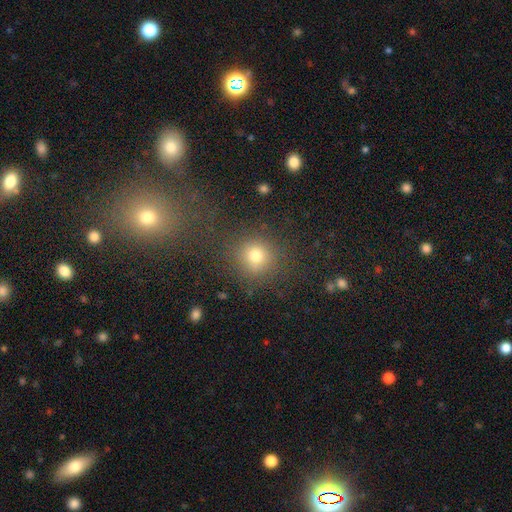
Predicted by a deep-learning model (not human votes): smooth 75%, star or artifact 17%, featured or disk 8%. Down the decision tree: how rounded — round (89%); merging — none (76%).